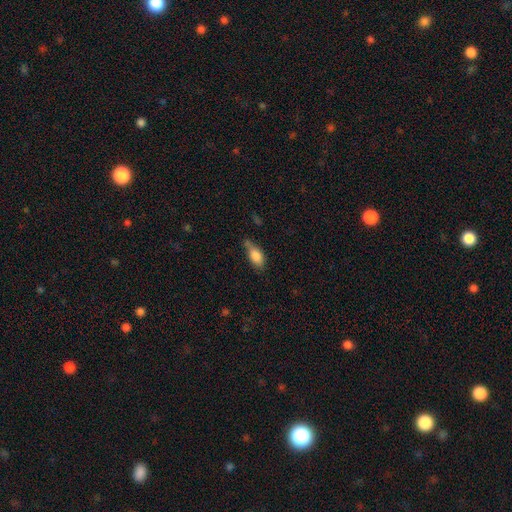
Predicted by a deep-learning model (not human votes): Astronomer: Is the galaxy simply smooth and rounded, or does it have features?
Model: smooth — 82%.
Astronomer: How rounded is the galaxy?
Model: in between — 86%.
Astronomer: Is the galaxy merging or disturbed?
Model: none — 44% (runner-up: minor disturbance, 35%).